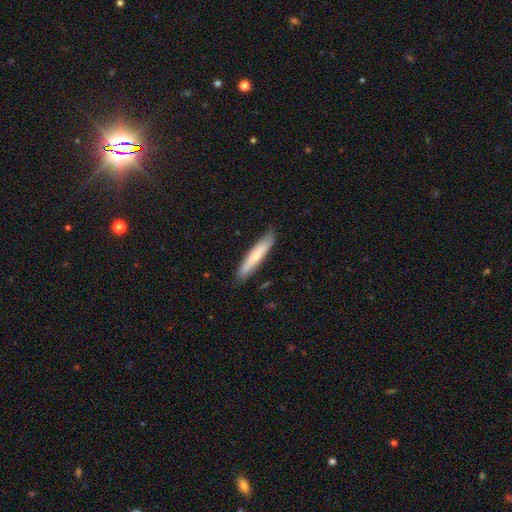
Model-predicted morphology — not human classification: Smooth or featured: smooth — 65% (featured or disk — 30%)
How rounded: cigar-shaped — 89% (in between — 10%)
Merging: none — 85% (minor disturbance — 12%)